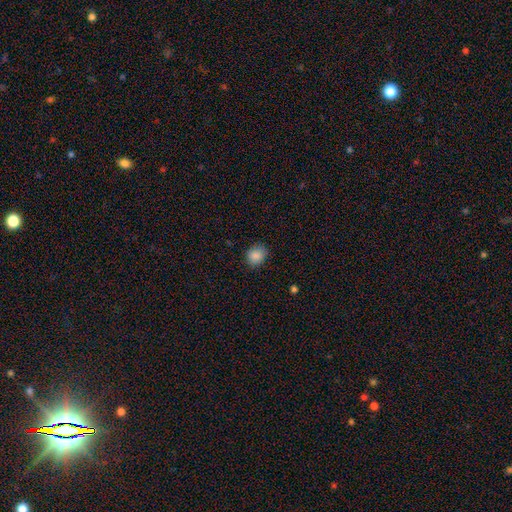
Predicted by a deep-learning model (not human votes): This appears to be a smooth galaxy with no disk features (87%) that is round (64%). Merging: none (85%).